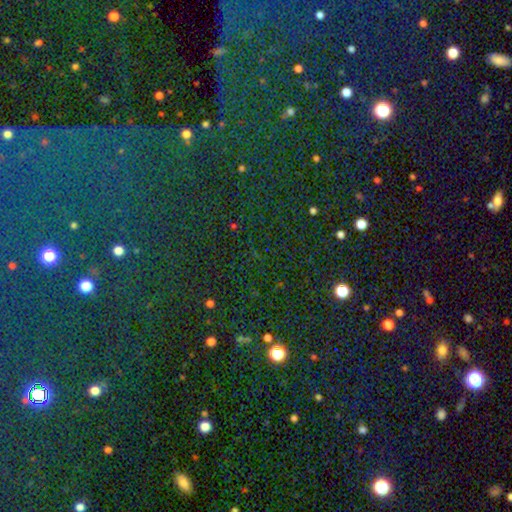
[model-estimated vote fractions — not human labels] Smooth or featured? star or artifact (81%)